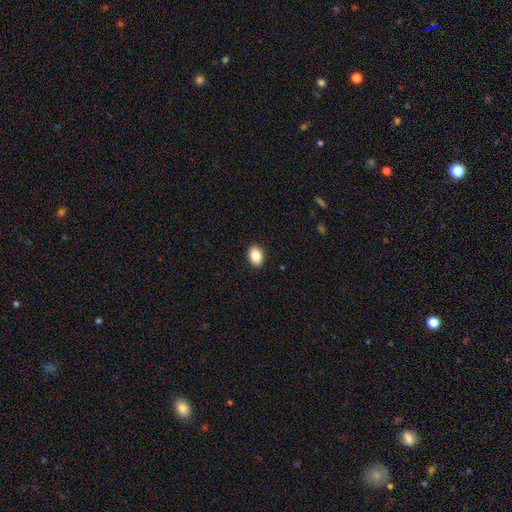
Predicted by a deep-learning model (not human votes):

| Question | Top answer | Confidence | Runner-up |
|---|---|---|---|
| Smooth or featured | smooth | 86% | star or artifact (8%) |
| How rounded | in between | 73% | round (26%) |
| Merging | none | 92% | minor disturbance (6%) |